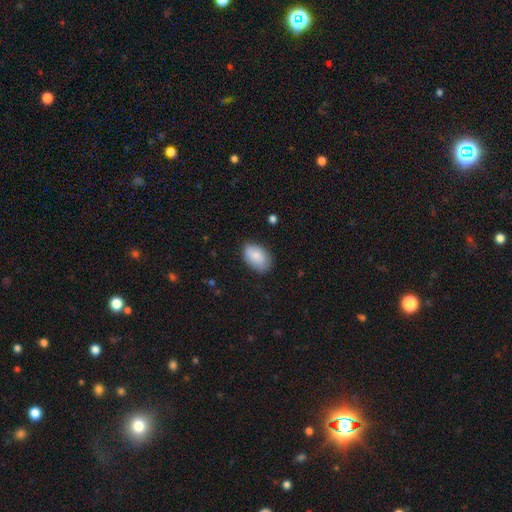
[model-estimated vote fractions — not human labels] This is clearly a smooth galaxy (81%). How rounded: clearly in between (90%). Merging: likely none (77%).